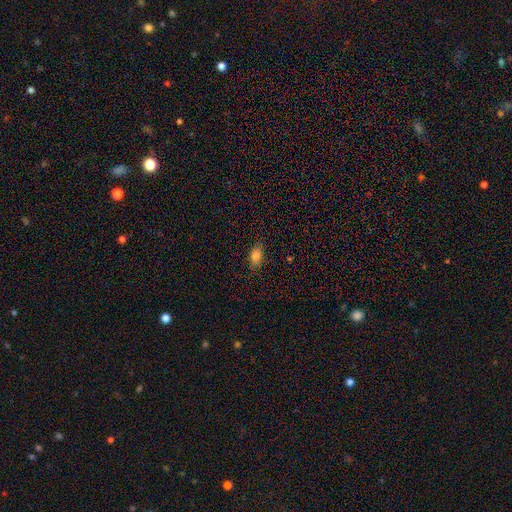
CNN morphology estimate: A smooth galaxy with no disk features (81%) that is in between round and cigar-shaped (86%).

Vote fractions:
- Smooth or featured? smooth: 81% / star or artifact: 12% / featured or disk: 7%
- How rounded? in between: 86% / round: 9% / cigar-shaped: 5%
- Merging? none: 83% / minor disturbance: 13% / major disturbance: 3% / merger: 1%